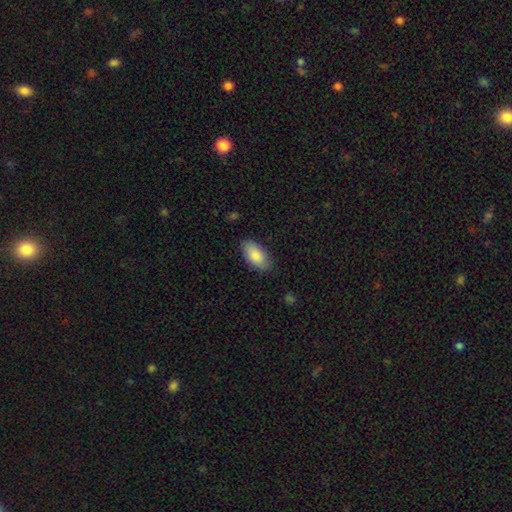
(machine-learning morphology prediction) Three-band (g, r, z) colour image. It shows a smooth galaxy with no disk features (85%) that is in between round and cigar-shaped (94%). Merging: none (83%).